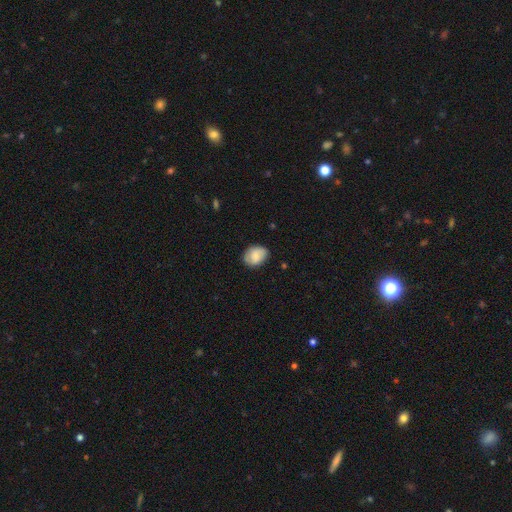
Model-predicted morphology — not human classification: This appears to be a smooth galaxy with no disk features (77%) that is in between round and cigar-shaped (62%). Merging: none (76%).